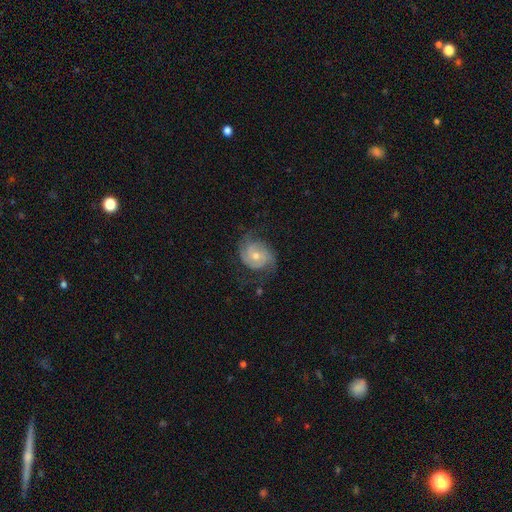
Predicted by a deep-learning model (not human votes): This appears to be a featured or disk galaxy (79%) with no bar (70%), 2 (63%) tight (45%) spiral arms (94%) and a moderate central bulge (52%). Merging: none (67%).